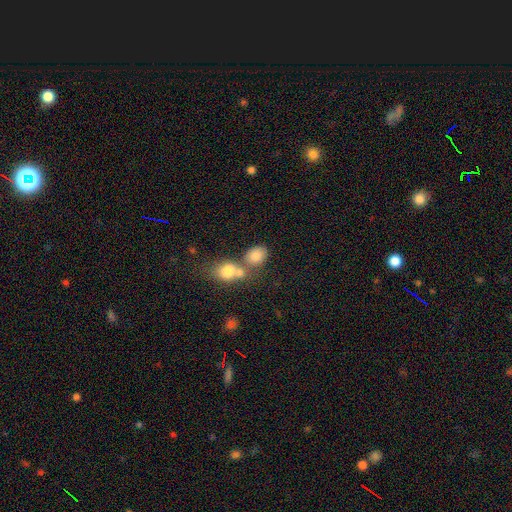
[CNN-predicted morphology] smooth_or_featured: smooth (p=0.80) [alt: star or artifact p=0.11]
how_rounded: in between (p=0.56) [alt: round p=0.43]
merging: none (p=0.44) [alt: merger p=0.41]